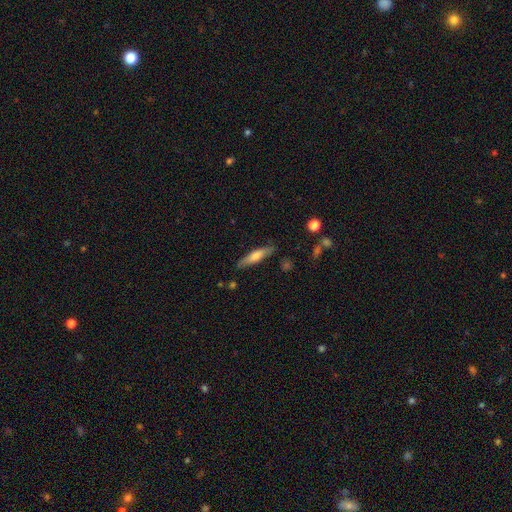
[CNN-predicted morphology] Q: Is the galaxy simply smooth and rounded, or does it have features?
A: smooth — 59%.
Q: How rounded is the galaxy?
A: cigar-shaped — 81%.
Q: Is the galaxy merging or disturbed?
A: none — 84%.